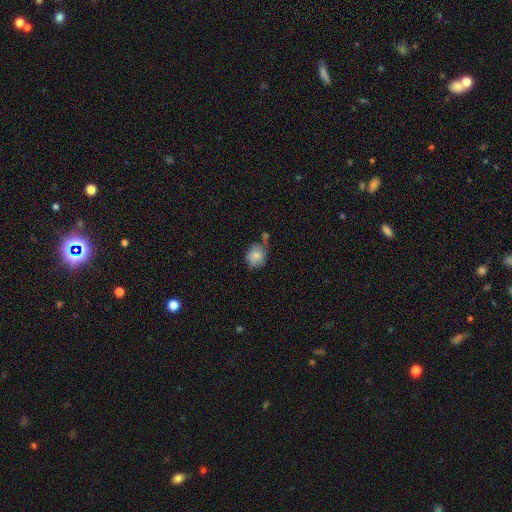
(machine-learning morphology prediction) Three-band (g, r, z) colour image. It shows a smooth galaxy with no disk features (73%) that is round (70%). Merging: none (49%).